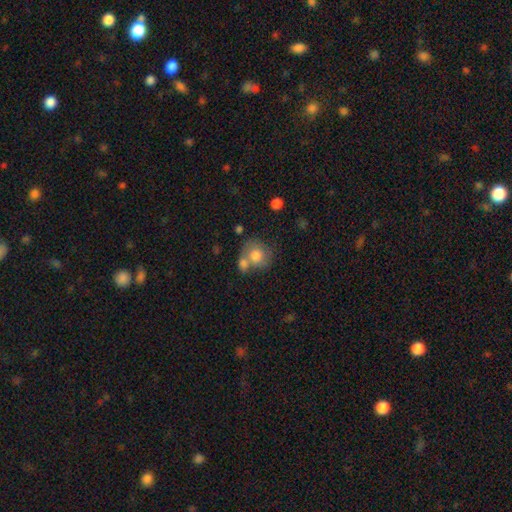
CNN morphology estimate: A smooth galaxy with no disk features (77%) that is round (77%). Merging: merger (41%).